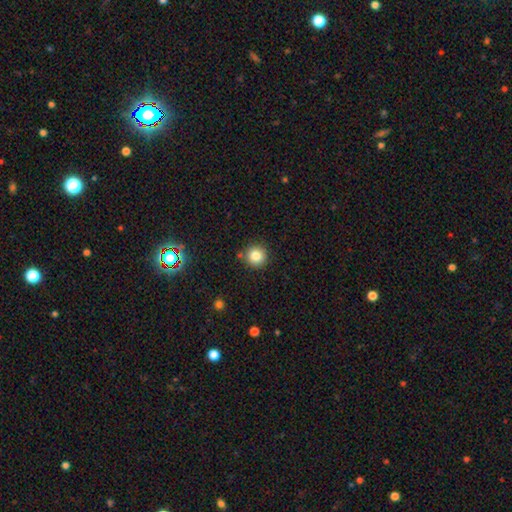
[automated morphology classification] type=smooth (83%); roundness=round (95%); merging=none (85%).